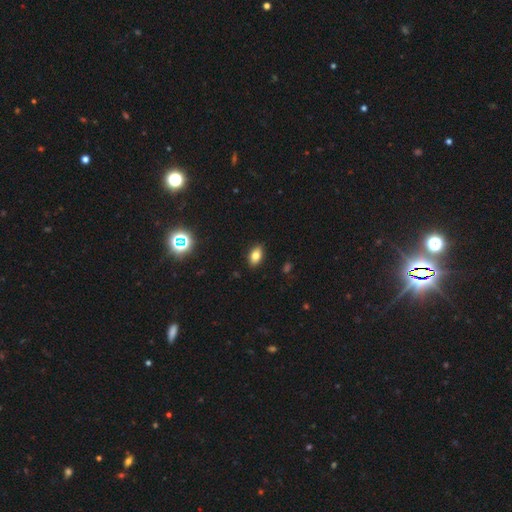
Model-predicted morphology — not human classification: Smooth or featured: smooth — 77% (featured or disk — 12%)
How rounded: in between — 88% (round — 9%)
Merging: none — 88% (minor disturbance — 9%)